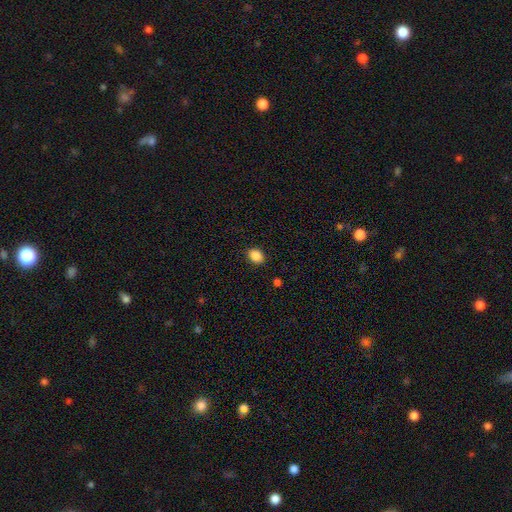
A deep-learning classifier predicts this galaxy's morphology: smooth 88%, star or artifact 9%, featured or disk 3%. Down the decision tree: how rounded — in between (60%); merging — none (89%).